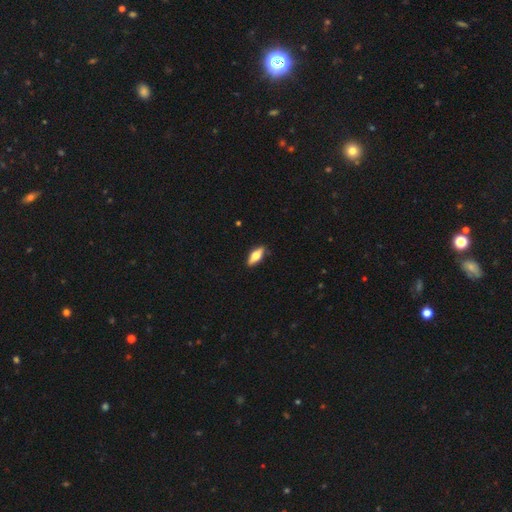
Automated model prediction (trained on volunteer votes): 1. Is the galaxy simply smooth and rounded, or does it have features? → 56% smooth, 37% featured or disk, 6% star or artifact.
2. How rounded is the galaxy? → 70% in between, 27% cigar-shaped, 3% round.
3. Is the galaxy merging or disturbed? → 87% none, 10% minor disturbance, 2% major disturbance, 1% merger.